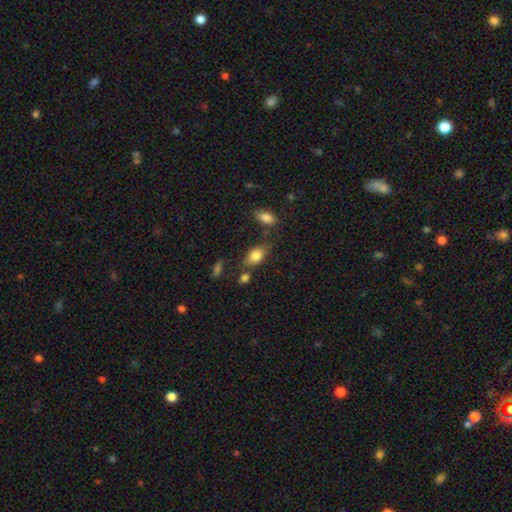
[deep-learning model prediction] Smooth or featured: smooth — 81% (featured or disk — 11%)
How rounded: in between — 85% (round — 10%)
Merging: none — 60% (minor disturbance — 21%)